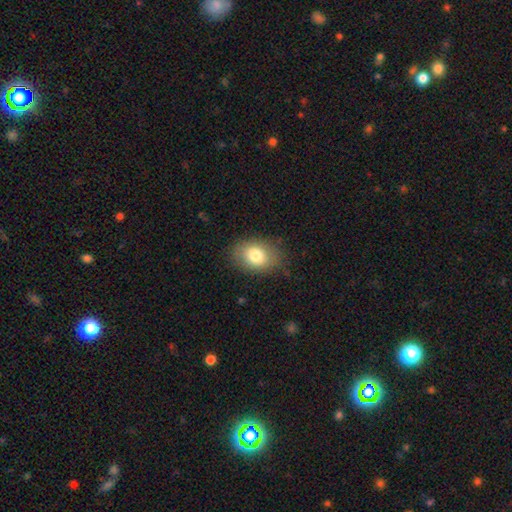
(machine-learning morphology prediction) type=smooth (79%); roundness=in between (75%); merging=none (79%).